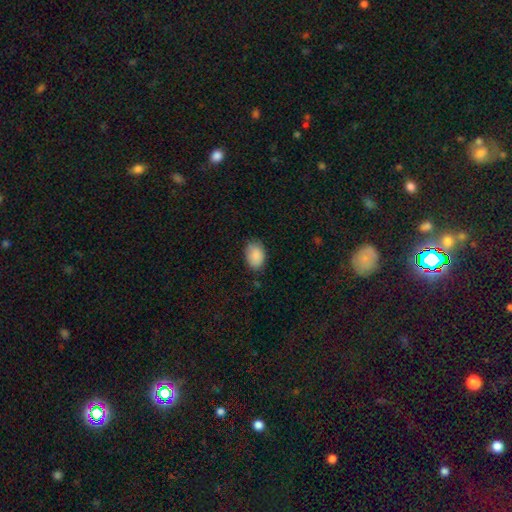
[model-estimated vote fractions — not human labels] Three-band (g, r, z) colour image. It shows a smooth galaxy with no disk features (89%) that is in between round and cigar-shaped (85%). Merging: none (79%).